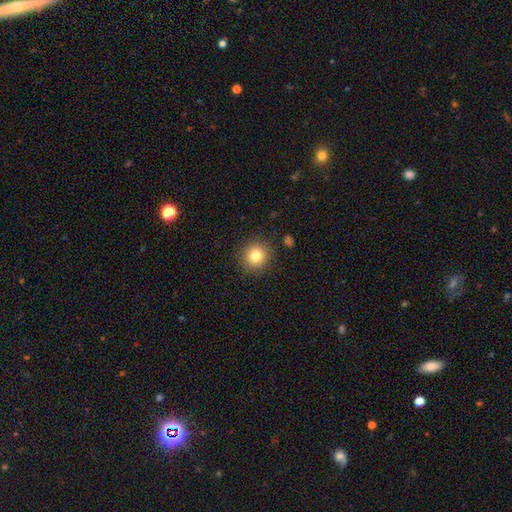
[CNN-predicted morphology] This is likely a smooth galaxy (80%). How rounded: clearly round (93%). Merging: clearly none (89%).